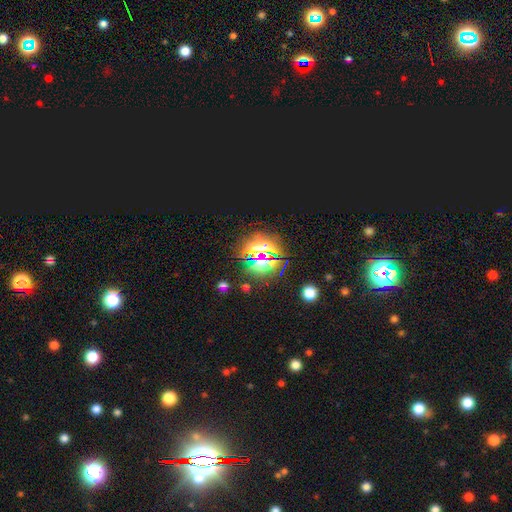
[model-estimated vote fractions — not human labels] Overall: star or artifact (80%).